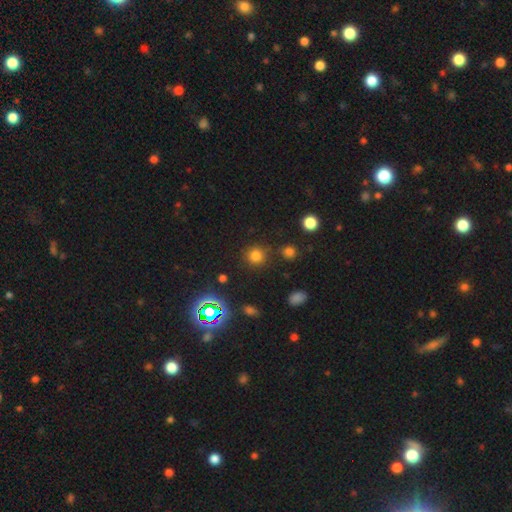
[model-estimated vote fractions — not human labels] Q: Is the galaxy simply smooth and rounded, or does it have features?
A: smooth — 73%.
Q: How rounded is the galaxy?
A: round — 92%.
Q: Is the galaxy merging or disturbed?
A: none — 84%.